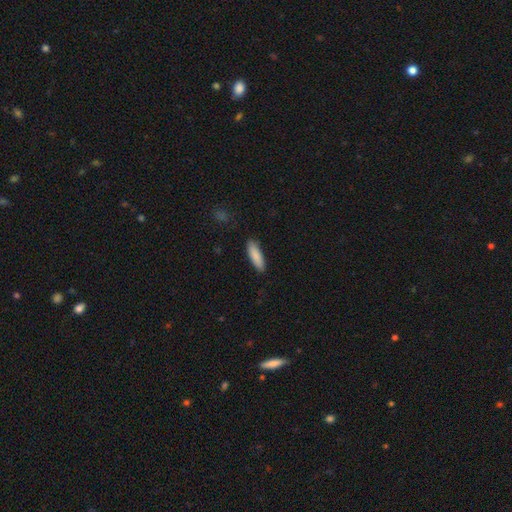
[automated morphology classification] smooth-or-featured: smooth: 88% | featured or disk: 6% | star or artifact: 6%
  how-rounded: cigar-shaped: 53% | in between: 46% | round: 1%
  merging: none: 88% | minor disturbance: 9% | major disturbance: 2% | merger: 1%